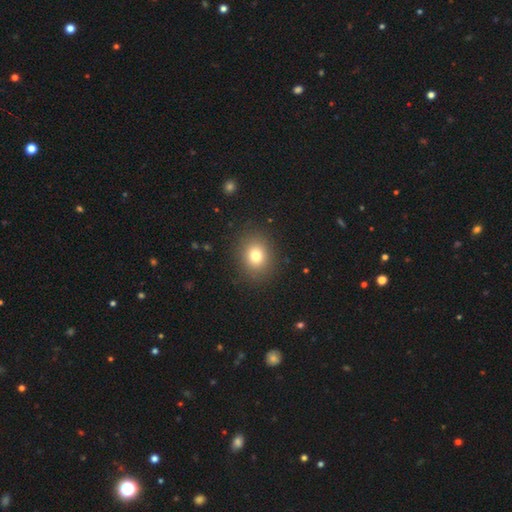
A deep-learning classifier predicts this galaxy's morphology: A smooth galaxy with no disk features (78%) that is round (66%).

Vote fractions:
- Smooth or featured? smooth: 78% / star or artifact: 13% / featured or disk: 9%
- How rounded? round: 66% / in between: 33% / cigar-shaped: 1%
- Merging? none: 88% / minor disturbance: 8% / major disturbance: 3% / merger: 1%